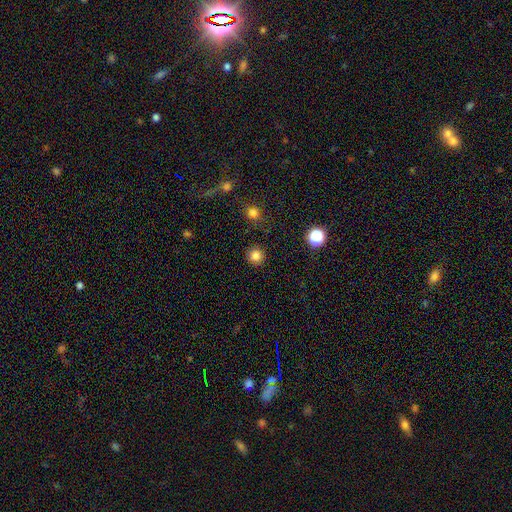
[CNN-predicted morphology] Overall: smooth (83%). How rounded: round (95%). Merging: none (91%).